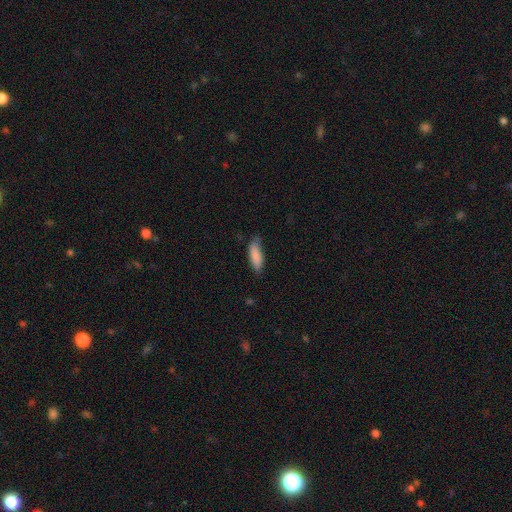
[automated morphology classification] This appears to be a smooth galaxy with no disk features (86%) that is in between round and cigar-shaped (57%). Merging: none (68%).